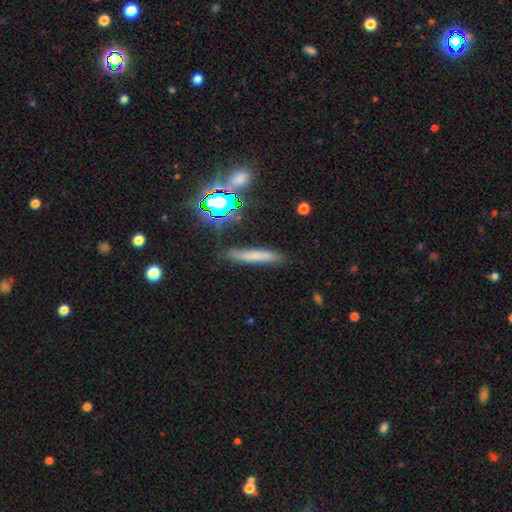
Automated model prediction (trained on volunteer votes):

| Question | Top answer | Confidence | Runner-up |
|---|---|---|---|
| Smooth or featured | smooth | 66% | featured or disk (19%) |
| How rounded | cigar-shaped | 90% | in between (7%) |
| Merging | none | 84% | minor disturbance (11%) |